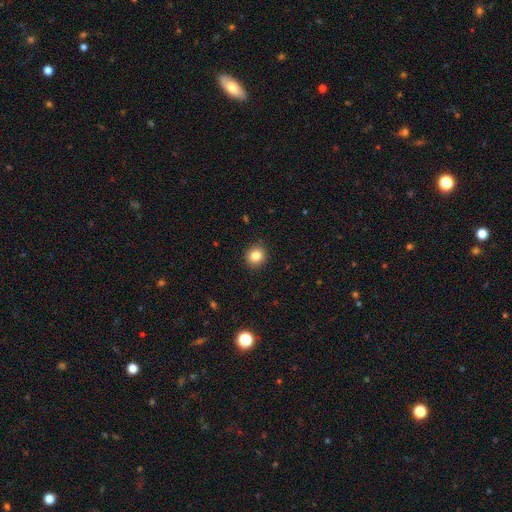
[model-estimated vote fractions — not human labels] A smooth galaxy with no disk features (84%) that is round (84%).

Vote fractions:
- Smooth or featured? smooth: 84% / star or artifact: 10% / featured or disk: 5%
- How rounded? round: 84% / in between: 15% / cigar-shaped: 1%
- Merging? none: 91% / minor disturbance: 7% / major disturbance: 2% / merger: 1%